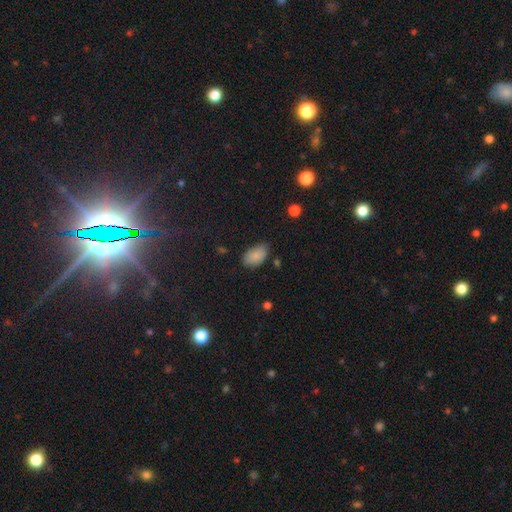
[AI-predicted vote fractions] This appears to be a smooth galaxy with no disk features (85%) that is in between round and cigar-shaped (93%). Merging: none (70%).